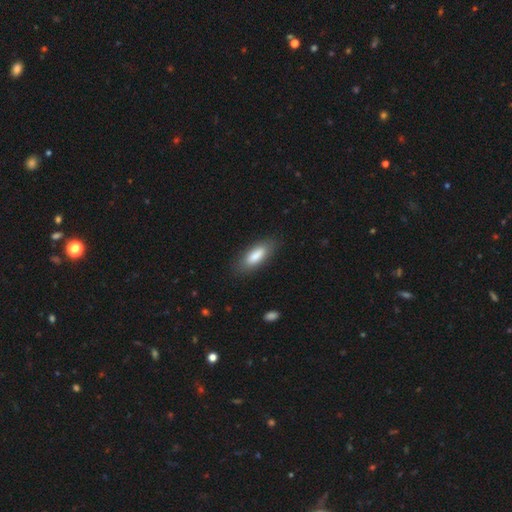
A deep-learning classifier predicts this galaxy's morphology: smooth_or_featured: smooth (p=0.82) [alt: featured or disk p=0.12]
how_rounded: in between (p=0.69) [alt: cigar-shaped p=0.29]
merging: none (p=0.83) [alt: minor disturbance p=0.12]